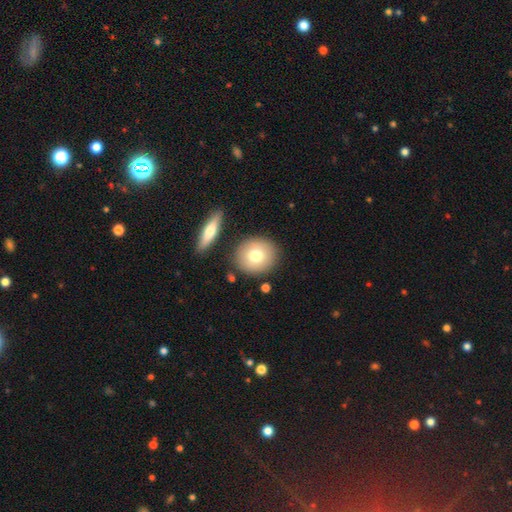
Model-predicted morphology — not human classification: The model was most divided on "smooth or featured": smooth: 73%, featured or disk: 19%, star or artifact: 8%. More confident: merging — none (84%); how rounded — round (79%).